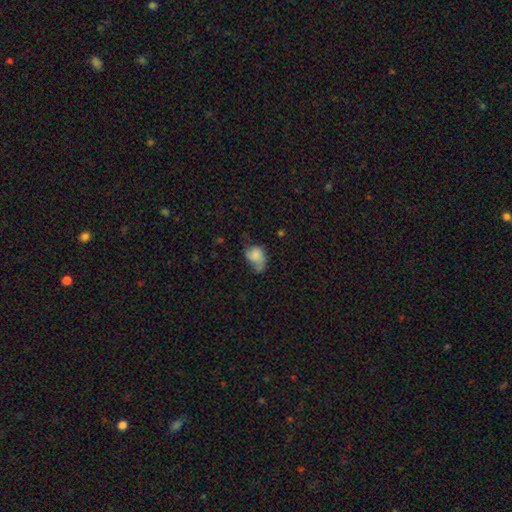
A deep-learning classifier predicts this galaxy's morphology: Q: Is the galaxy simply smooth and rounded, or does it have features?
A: smooth — 72%.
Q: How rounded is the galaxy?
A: in between — 76%.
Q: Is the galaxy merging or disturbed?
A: minor disturbance — 37%.